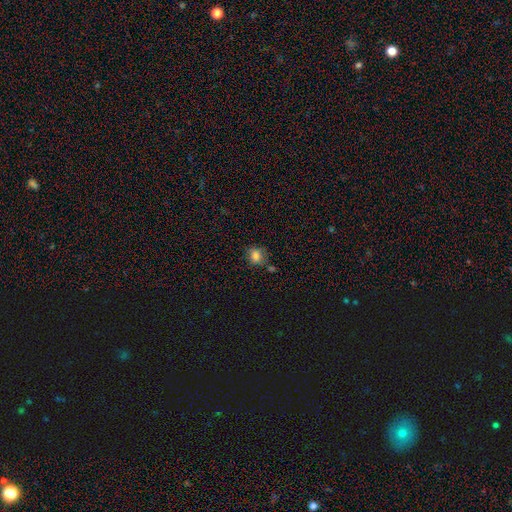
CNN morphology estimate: smooth_or_featured: smooth (p=0.81) [alt: star or artifact p=0.11]
how_rounded: round (p=0.74) [alt: in between p=0.25]
merging: none (p=0.69) [alt: minor disturbance p=0.18]